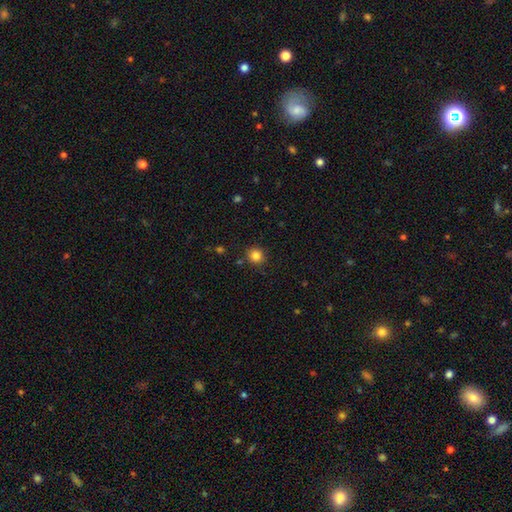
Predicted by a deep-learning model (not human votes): Morphology: type=smooth (83%); roundness=round (89%); merging=none (88%).